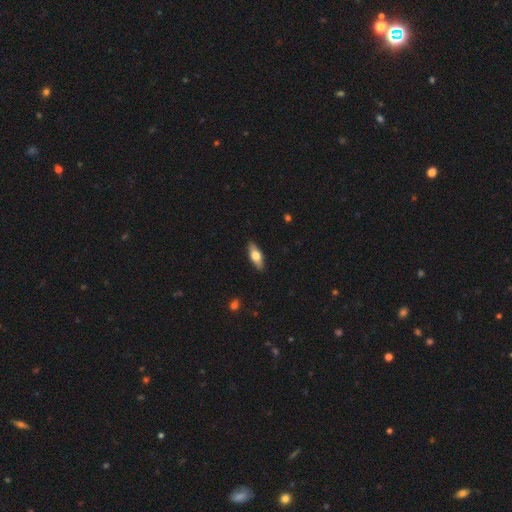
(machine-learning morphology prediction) This is possibly a smooth galaxy (56%). How rounded: likely in between (67%). Merging: clearly none (89%).